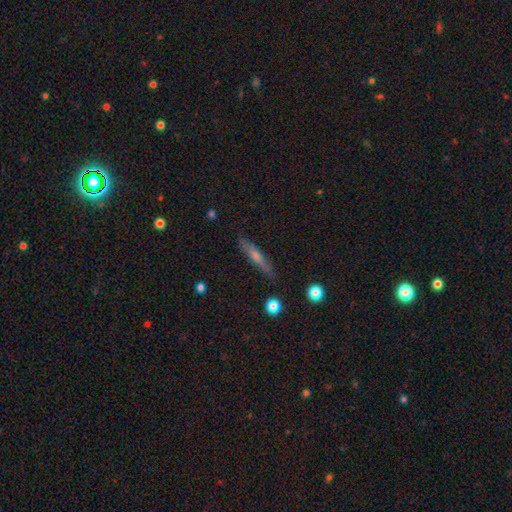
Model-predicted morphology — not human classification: The model was most divided on "smooth or featured" (2-way tie): featured or disk: 46%, smooth: 46%, star or artifact: 8%. More confident: merging — none (87%).